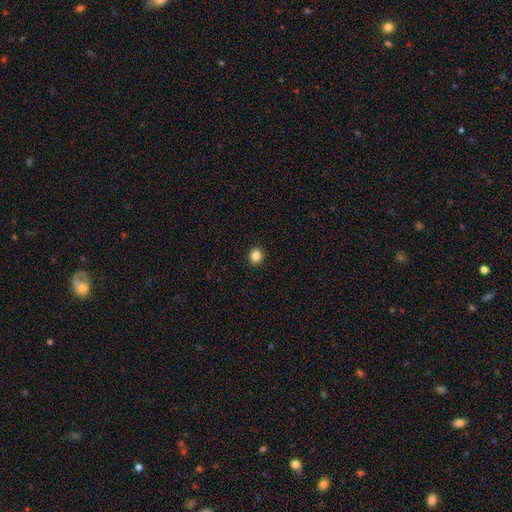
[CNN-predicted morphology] A smooth galaxy with no disk features (85%) that is round (84%).

Vote fractions:
- Smooth or featured? smooth: 85% / star or artifact: 11% / featured or disk: 4%
- How rounded? round: 84% / in between: 15% / cigar-shaped: 1%
- Merging? none: 92% / minor disturbance: 5% / major disturbance: 2% / merger: 1%